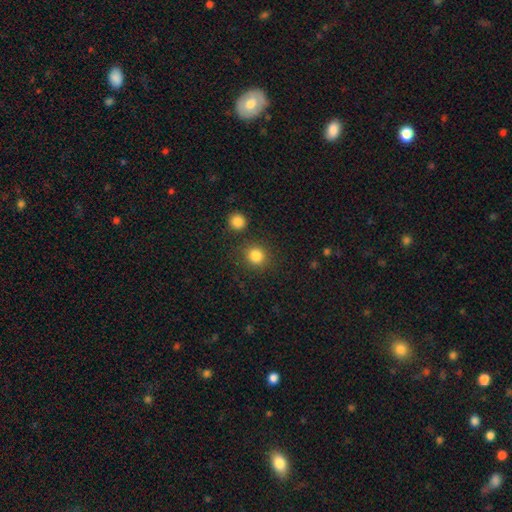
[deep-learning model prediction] Smooth or featured: smooth — 84% (star or artifact — 12%)
How rounded: round — 88% (in between — 11%)
Merging: none — 83% (minor disturbance — 8%)